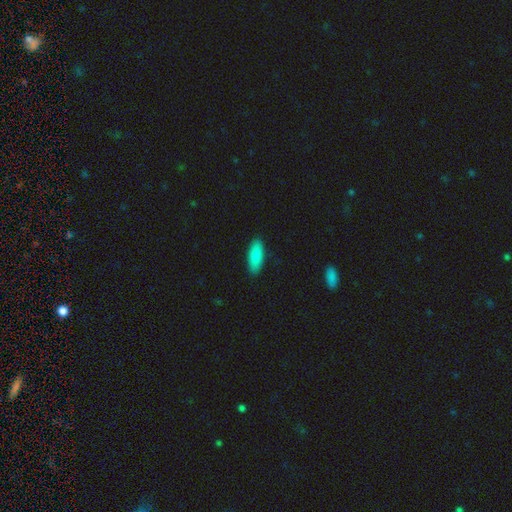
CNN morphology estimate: This appears to be a smooth galaxy with no disk features (88%) that is in between round and cigar-shaped (75%). Merging: none (88%).